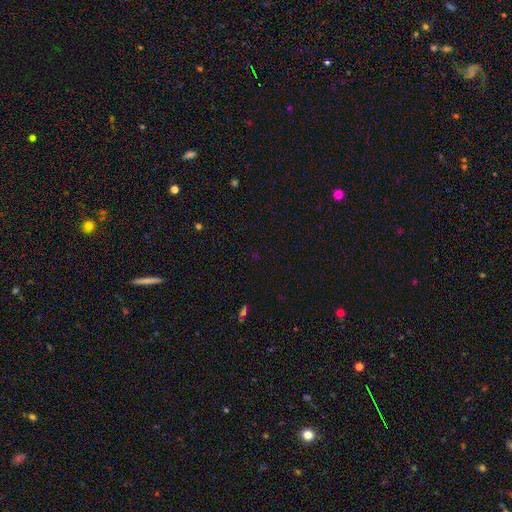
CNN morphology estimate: Smooth or featured? Predicted: star or artifact (p=0.65).